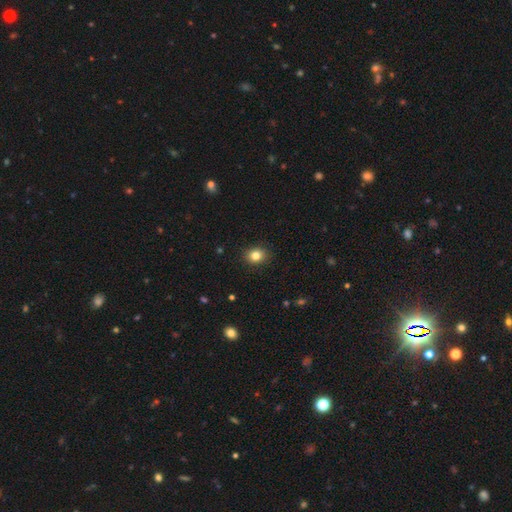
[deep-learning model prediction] Smooth or featured?
  - smooth: 83% *
  - star or artifact: 11%
  - featured or disk: 6%
How rounded?
  - round: 64% *
  - in between: 35%
  - cigar-shaped: 1%
Merging?
  - none: 90% *
  - minor disturbance: 7%
  - major disturbance: 2%
  - merger: 1%